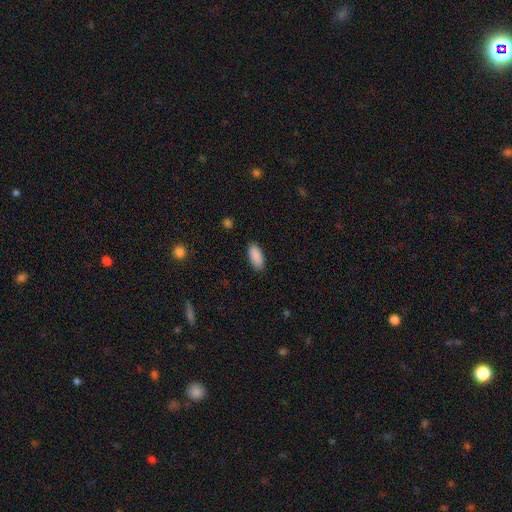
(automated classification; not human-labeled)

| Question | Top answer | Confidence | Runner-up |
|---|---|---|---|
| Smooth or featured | smooth | 90% | star or artifact (7%) |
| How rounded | in between | 88% | cigar-shaped (10%) |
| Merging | none | 86% | minor disturbance (10%) |